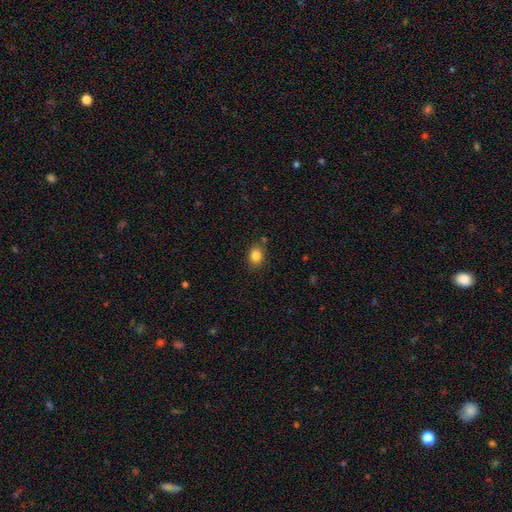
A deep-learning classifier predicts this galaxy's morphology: Overall: smooth (84%). How rounded: in between (52%; round 47%). Merging: none (81%).